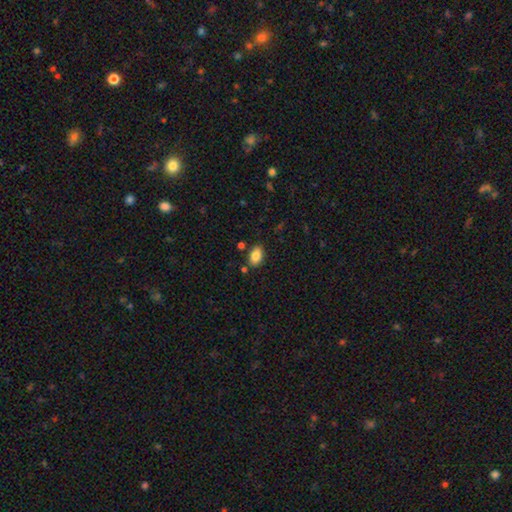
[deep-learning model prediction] A smooth galaxy with no disk features (86%) that is in between round and cigar-shaped (90%).

Vote fractions:
- Smooth or featured? smooth: 86% / star or artifact: 8% / featured or disk: 6%
- How rounded? in between: 90% / round: 9% / cigar-shaped: 2%
- Merging? none: 82% / minor disturbance: 11% / merger: 4% / major disturbance: 3%